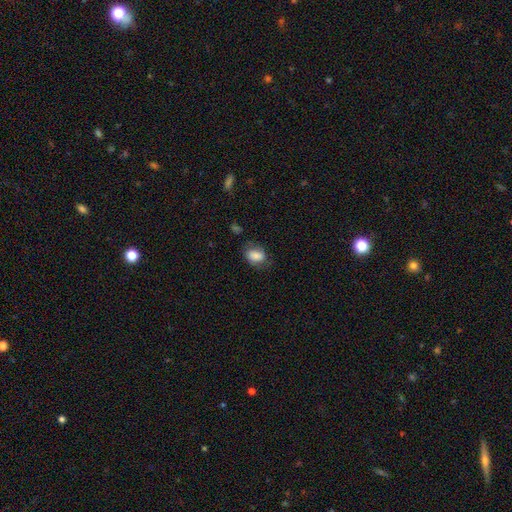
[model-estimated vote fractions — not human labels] Q: Smooth or featured?
A: smooth (78%); runner-up: featured or disk (14%)
Q: How rounded?
A: in between (78%); runner-up: round (21%)
Q: Merging?
A: none (60%); runner-up: minor disturbance (26%)